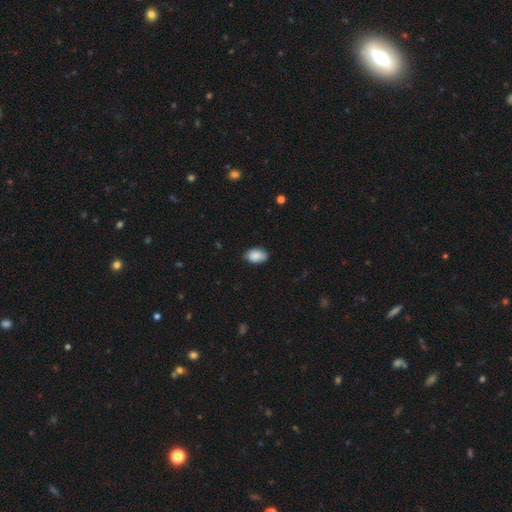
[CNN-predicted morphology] type=smooth (88%); roundness=in between (90%); merging=none (82%).